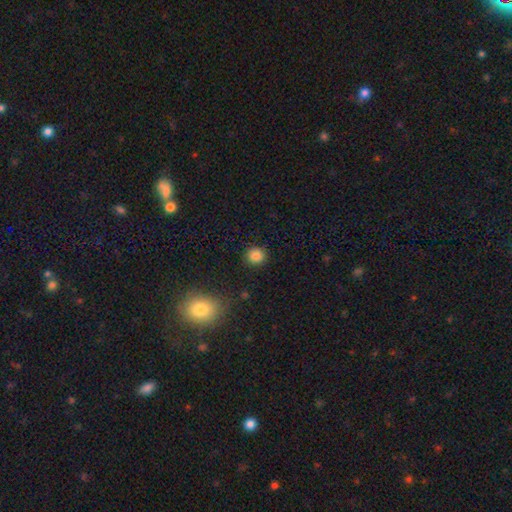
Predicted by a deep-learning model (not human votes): smooth_or_featured: smooth (p=0.84) [alt: star or artifact p=0.11]
how_rounded: round (p=0.90) [alt: in between p=0.09]
merging: none (p=0.89) [alt: minor disturbance p=0.07]